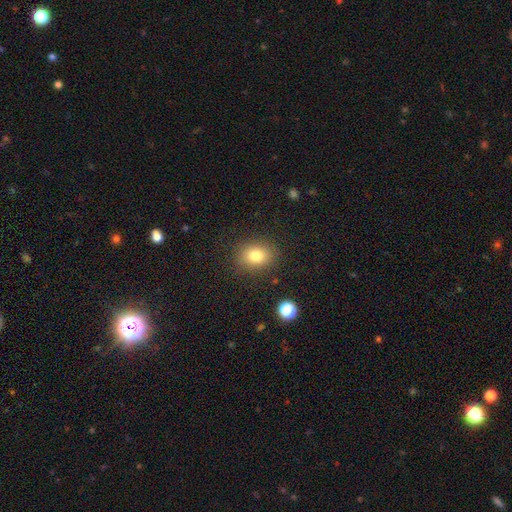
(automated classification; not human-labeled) Smooth or featured? smooth (80%)
How rounded? in between (50%)
Merging? none (85%)